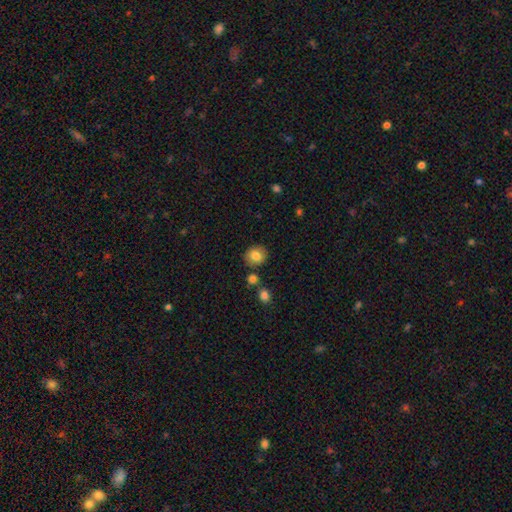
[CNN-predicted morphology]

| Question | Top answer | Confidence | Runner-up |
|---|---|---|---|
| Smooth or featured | smooth | 81% | featured or disk (9%) |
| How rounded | round | 77% | in between (22%) |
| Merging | none | 83% | minor disturbance (9%) |